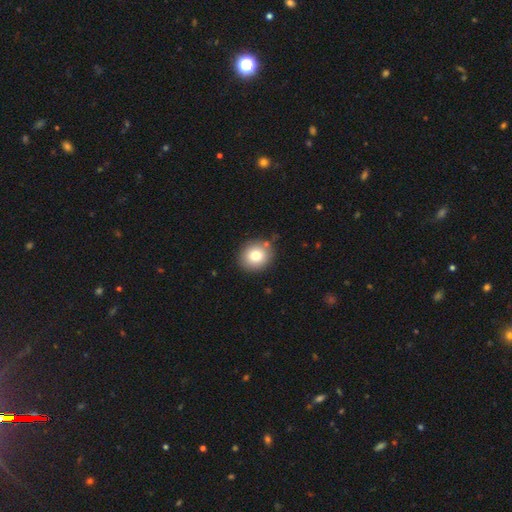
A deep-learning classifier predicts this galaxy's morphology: smooth-or-featured: smooth: 77% | featured or disk: 12% | star or artifact: 10%
  how-rounded: round: 80% | in between: 19% | cigar-shaped: 1%
  merging: none: 83% | minor disturbance: 10% | merger: 4% | major disturbance: 3%